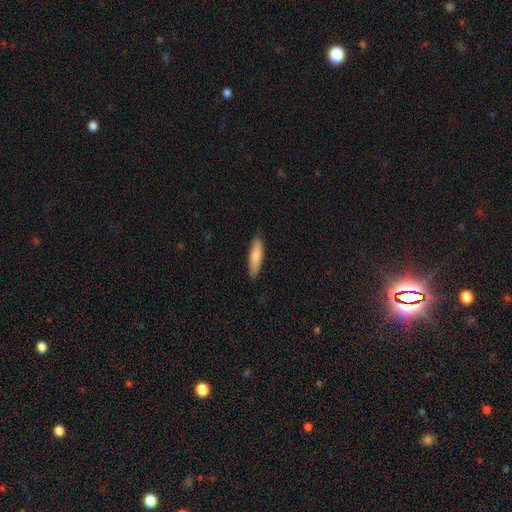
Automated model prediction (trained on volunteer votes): Smooth or featured: smooth — 82% (featured or disk — 13%)
How rounded: cigar-shaped — 71% (in between — 27%)
Merging: none — 87% (minor disturbance — 10%)